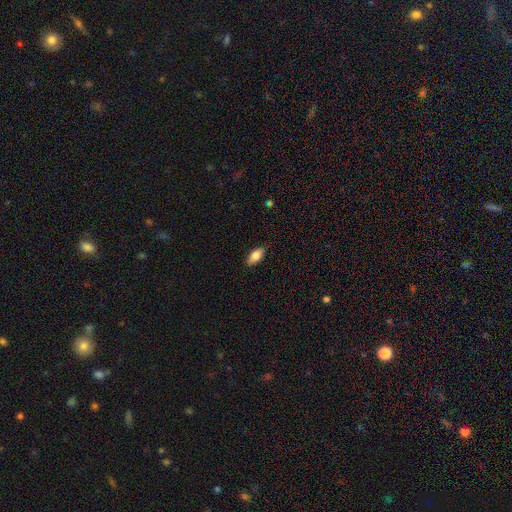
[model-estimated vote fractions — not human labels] A smooth galaxy with no disk features (77%) that is in between round and cigar-shaped (87%).

Vote fractions:
- Smooth or featured? smooth: 77% / featured or disk: 16% / star or artifact: 7%
- How rounded? in between: 87% / cigar-shaped: 10% / round: 3%
- Merging? none: 83% / minor disturbance: 13% / major disturbance: 2% / merger: 1%